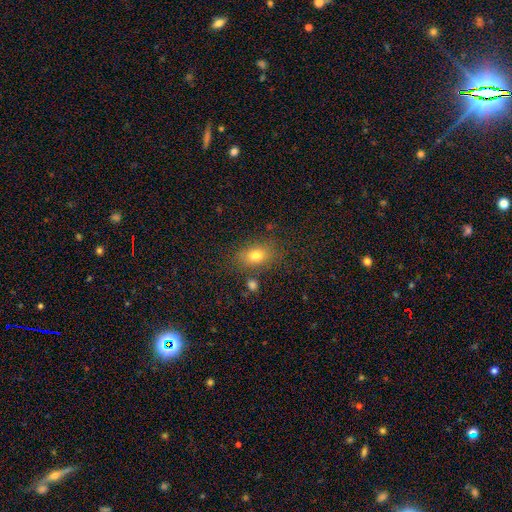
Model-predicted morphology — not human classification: Smooth or featured?
  - smooth: 77% *
  - star or artifact: 12%
  - featured or disk: 11%
How rounded?
  - in between: 74% *
  - round: 24%
  - cigar-shaped: 2%
Merging?
  - none: 75% *
  - minor disturbance: 14%
  - merger: 6%
  - major disturbance: 5%